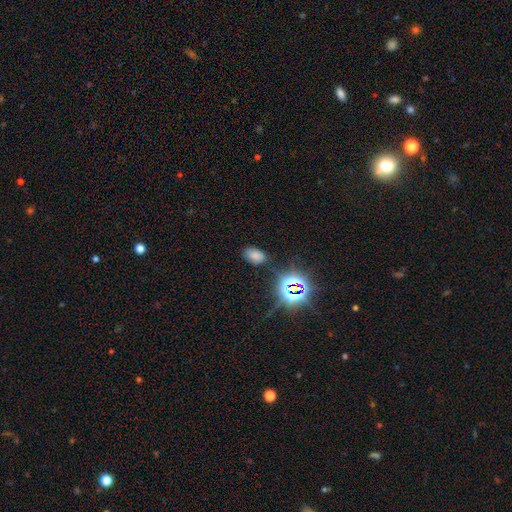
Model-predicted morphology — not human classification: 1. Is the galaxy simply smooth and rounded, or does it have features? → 66% smooth, 27% star or artifact, 7% featured or disk.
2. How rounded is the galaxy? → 88% in between, 10% round, 1% cigar-shaped.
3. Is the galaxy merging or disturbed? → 77% none, 16% minor disturbance, 5% major disturbance, 3% merger.